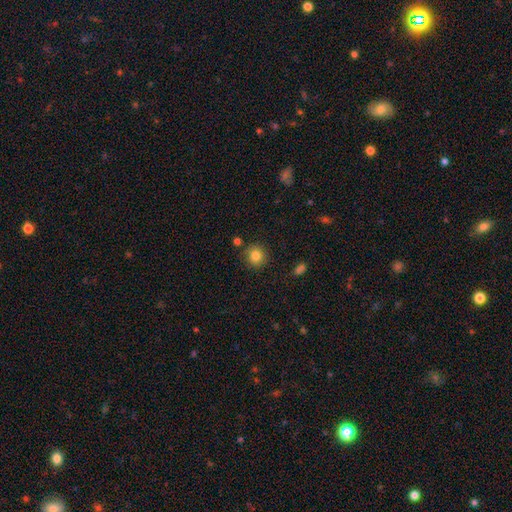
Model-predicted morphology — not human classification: A smooth galaxy with no disk features (83%) that is round (90%). Merging: none (88%).